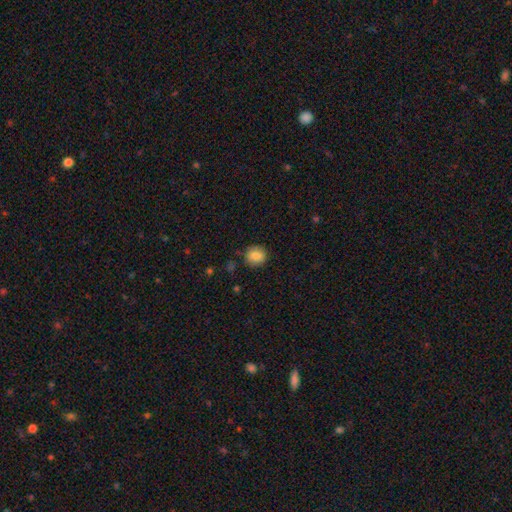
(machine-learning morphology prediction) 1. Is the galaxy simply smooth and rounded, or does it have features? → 85% smooth, 9% star or artifact, 6% featured or disk.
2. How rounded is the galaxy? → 86% round, 13% in between, 1% cigar-shaped.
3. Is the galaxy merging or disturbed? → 85% none, 11% minor disturbance, 3% major disturbance, 2% merger.